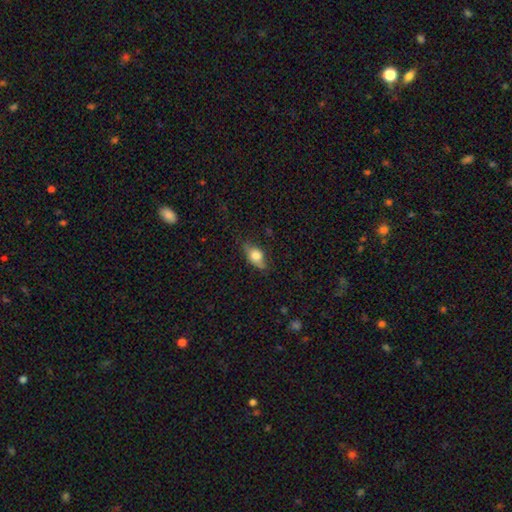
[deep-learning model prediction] A smooth galaxy with no disk features (72%) that is in between round and cigar-shaped (81%). Merging: none (71%).